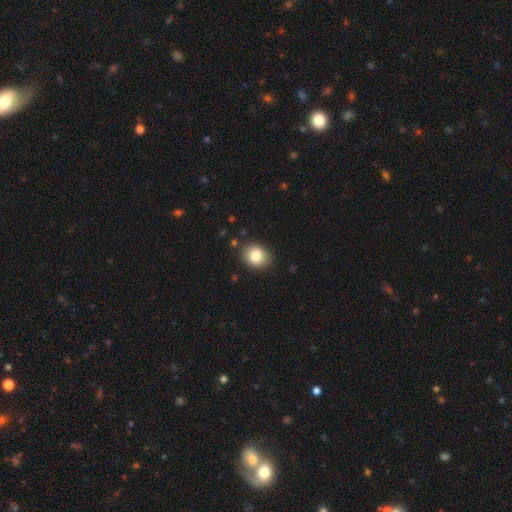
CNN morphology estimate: Overall: smooth (83%). How rounded: round (57%; in between 42%). Merging: none (87%).